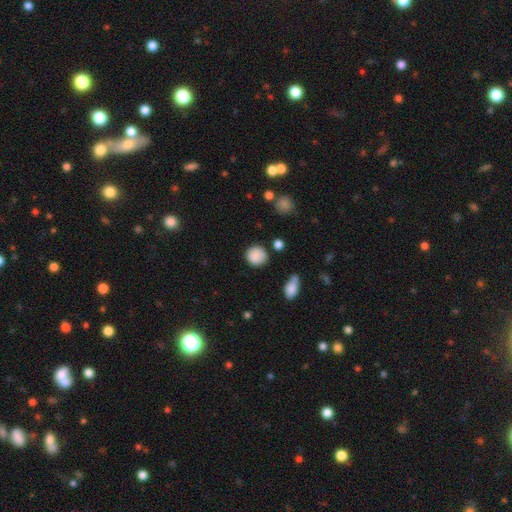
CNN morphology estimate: Overall: smooth (86%). How rounded: round (87%). Merging: none (76%).